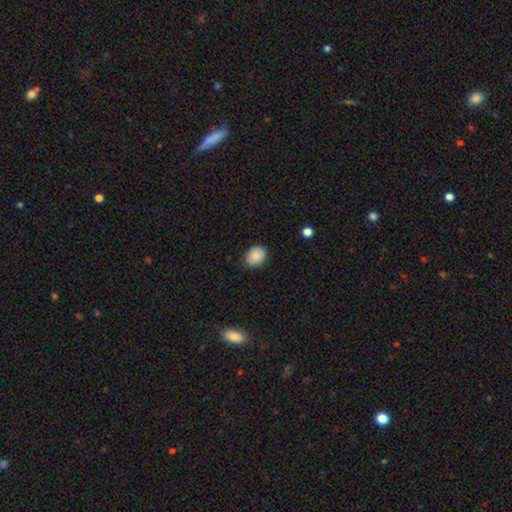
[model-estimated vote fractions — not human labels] Smooth or featured?
  - smooth: 85% *
  - star or artifact: 8%
  - featured or disk: 7%
How rounded?
  - round: 51% *
  - in between: 49%
  - cigar-shaped: 1%
Merging?
  - none: 82% *
  - minor disturbance: 14%
  - major disturbance: 2%
  - merger: 1%